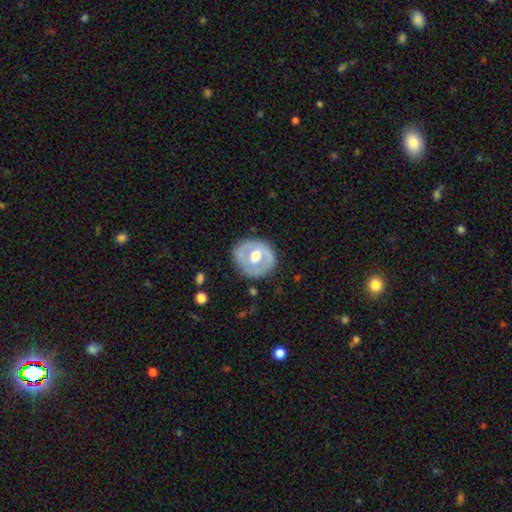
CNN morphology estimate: Smooth or featured? featured or disk (58%)
Edge-on disk? no (96%)
Bar? no (55%)
Spiral arms? no (61%)
Bulge size? moderate (72%)
Merging? none (80%)